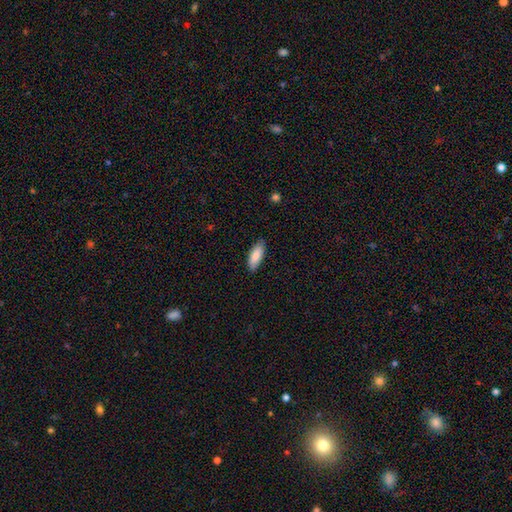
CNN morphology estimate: smooth 86%, featured or disk 8%, star or artifact 6%. Down the decision tree: how rounded — in between (69%); merging — none (85%).